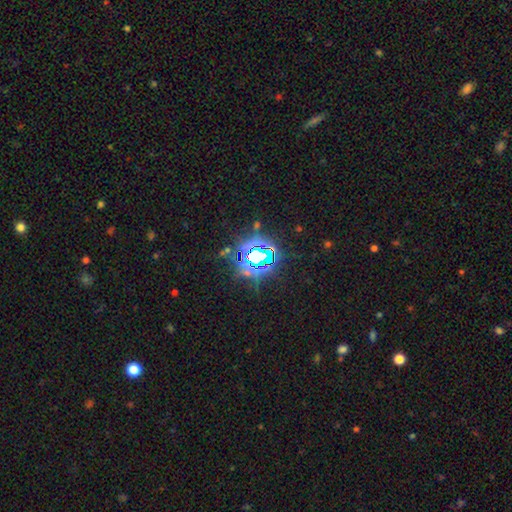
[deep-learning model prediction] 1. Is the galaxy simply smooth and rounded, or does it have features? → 78% star or artifact, 12% smooth, 10% featured or disk.